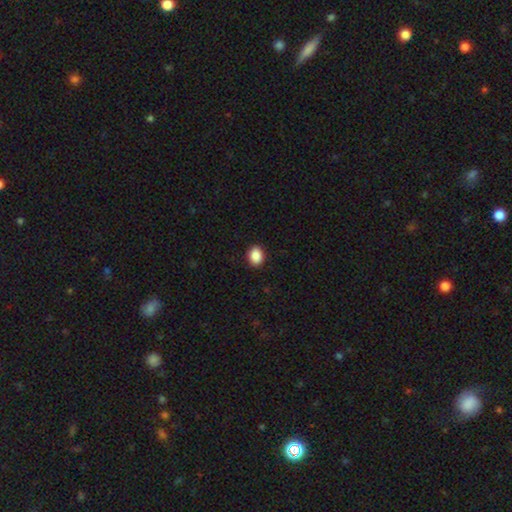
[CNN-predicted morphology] smooth-or-featured: smooth: 89% | star or artifact: 8% | featured or disk: 3%
  how-rounded: in between: 58% | round: 41% | cigar-shaped: 1%
  merging: none: 91% | minor disturbance: 7% | major disturbance: 2% | merger: 1%